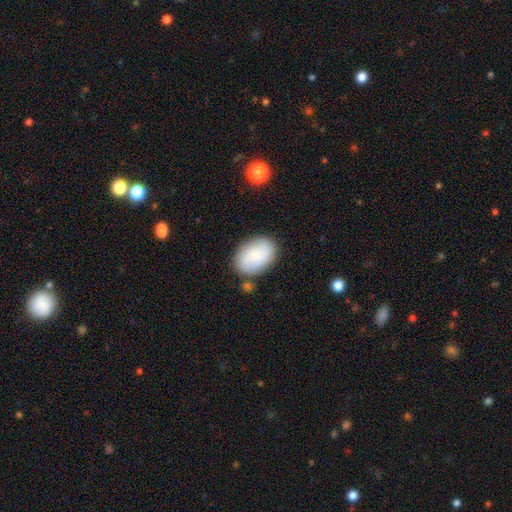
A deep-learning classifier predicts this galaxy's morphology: This is likely a smooth galaxy (72%). How rounded: clearly in between (85%). Merging: likely none (80%).